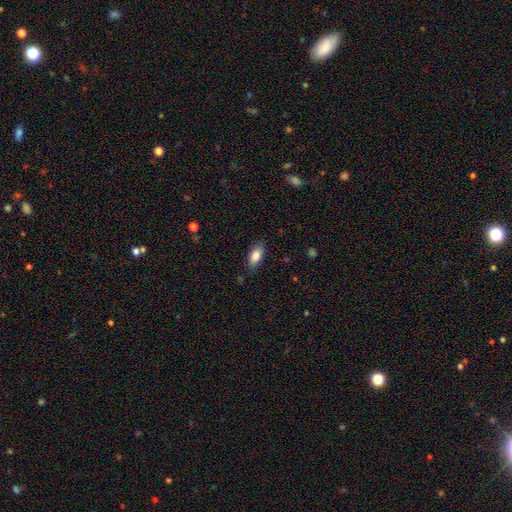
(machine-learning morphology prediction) Smooth or featured? Predicted: smooth (p=0.86). How rounded? Predicted: in between (p=0.88). Merging? Predicted: none (p=0.83).